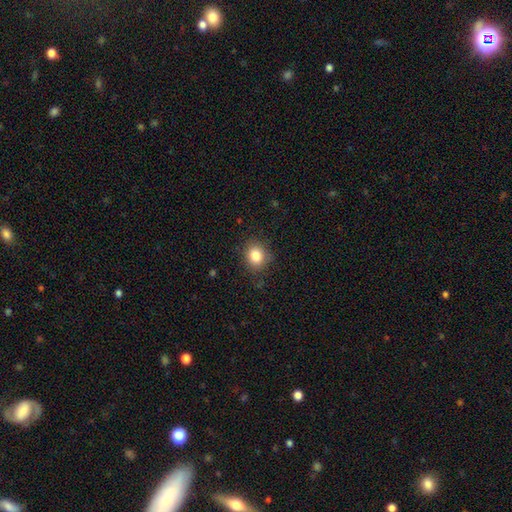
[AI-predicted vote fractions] smooth_or_featured: smooth (p=0.83) [alt: star or artifact p=0.11]
how_rounded: round (p=0.74) [alt: in between p=0.25]
merging: none (p=0.85) [alt: minor disturbance p=0.11]